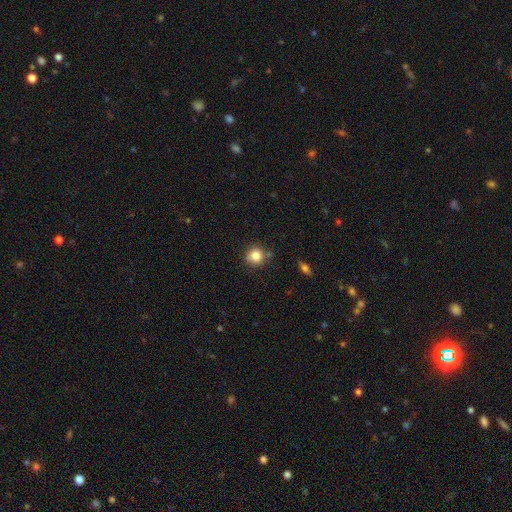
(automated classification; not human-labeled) Overall: smooth (83%). How rounded: round (90%). Merging: none (77%).